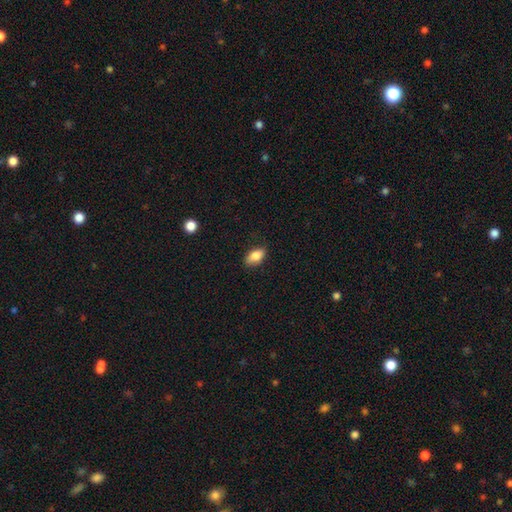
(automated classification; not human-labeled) smooth-or-featured: smooth: 83% | featured or disk: 9% | star or artifact: 8%
  how-rounded: in between: 89% | round: 7% | cigar-shaped: 4%
  merging: none: 80% | minor disturbance: 16% | major disturbance: 3% | merger: 1%